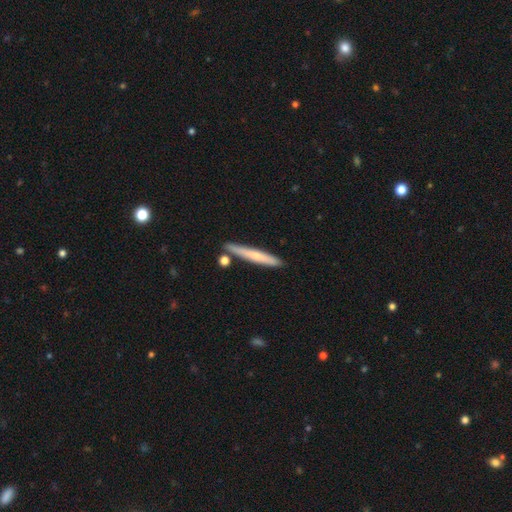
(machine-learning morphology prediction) Smooth or featured?
  - smooth: 60% *
  - featured or disk: 34%
  - star or artifact: 6%
How rounded?
  - cigar-shaped: 95% *
  - in between: 3%
  - round: 1%
Merging?
  - none: 81% *
  - minor disturbance: 11%
  - merger: 6%
  - major disturbance: 2%